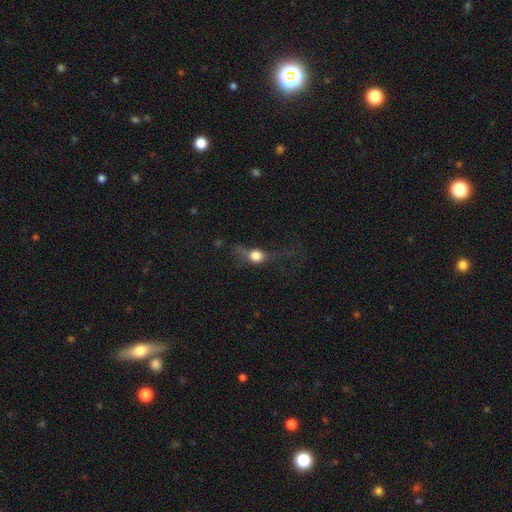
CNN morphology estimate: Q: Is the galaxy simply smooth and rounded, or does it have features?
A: smooth — 60%.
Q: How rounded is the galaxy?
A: round — 65%.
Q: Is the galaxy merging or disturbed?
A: major disturbance — 41%.